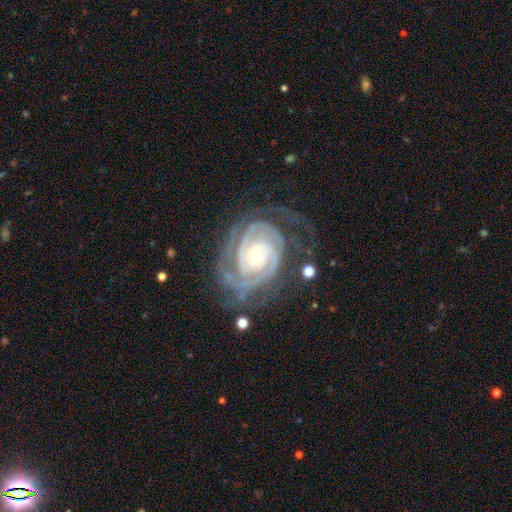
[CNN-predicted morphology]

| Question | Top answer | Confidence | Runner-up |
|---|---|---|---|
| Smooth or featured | featured or disk | 92% | star or artifact (4%) |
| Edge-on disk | no | 97% | yes (3%) |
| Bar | no | 68% | weak (22%) |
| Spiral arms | yes | 98% | no (2%) |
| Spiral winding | tight | 79% | medium (18%) |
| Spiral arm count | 2 | 42% | 3 (25%) |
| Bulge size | moderate | 51% | small (44%) |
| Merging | none | 63% | minor disturbance (20%) |